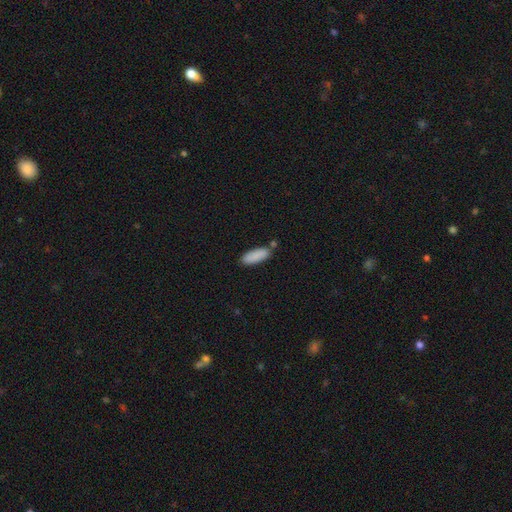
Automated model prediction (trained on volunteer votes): smooth_or_featured: smooth (p=0.88) [alt: star or artifact p=0.06]
how_rounded: in between (p=0.67) [alt: cigar-shaped p=0.31]
merging: none (p=0.74) [alt: minor disturbance p=0.14]